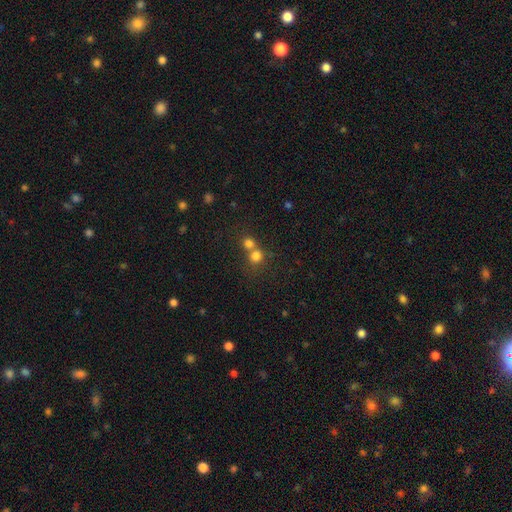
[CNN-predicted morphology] Smooth or featured? smooth (77%)
How rounded? round (86%)
Merging? merger (49%)